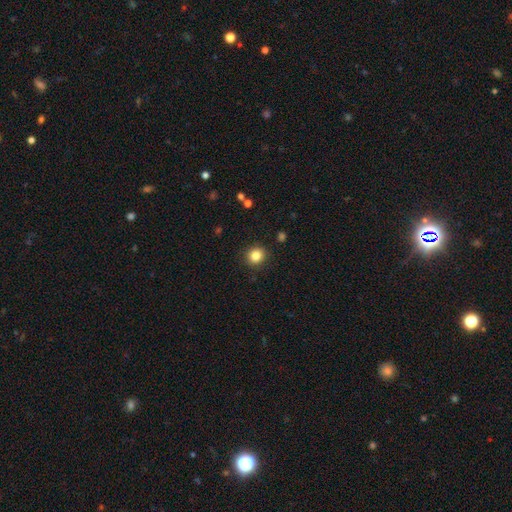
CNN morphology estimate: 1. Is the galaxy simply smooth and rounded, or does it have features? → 84% smooth, 11% star or artifact, 5% featured or disk.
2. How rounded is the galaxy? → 88% round, 11% in between, 1% cigar-shaped.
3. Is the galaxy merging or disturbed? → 90% none, 6% minor disturbance, 2% major disturbance, 1% merger.